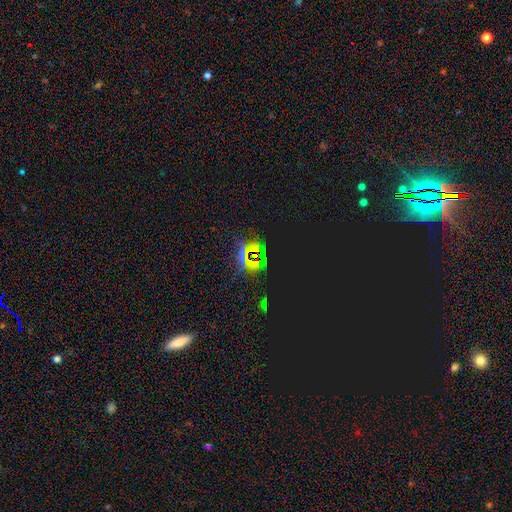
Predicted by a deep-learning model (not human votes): Smooth or featured? Predicted: star or artifact (p=0.83).